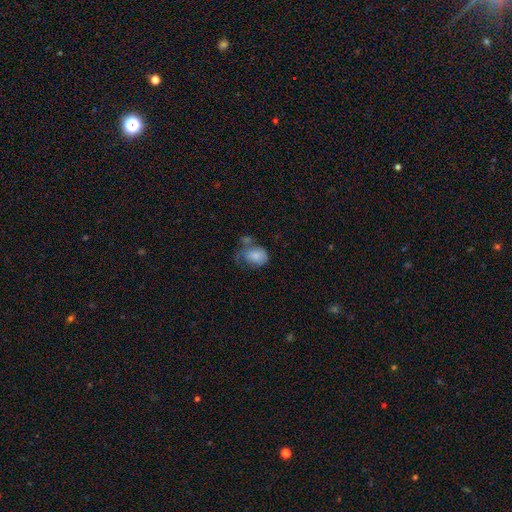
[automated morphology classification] This is likely a smooth galaxy (74%). How rounded: likely in between (63%). Merging: marginally major disturbance (29%).